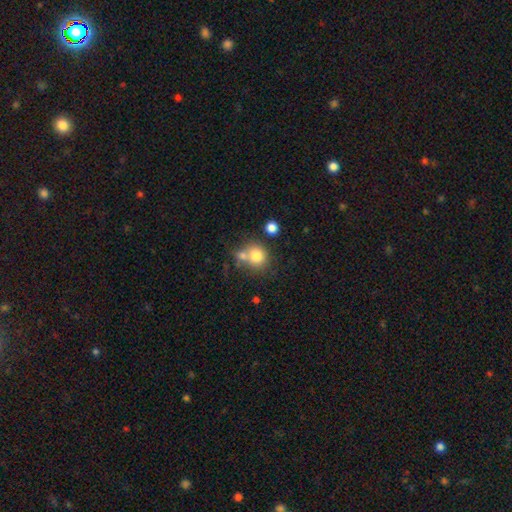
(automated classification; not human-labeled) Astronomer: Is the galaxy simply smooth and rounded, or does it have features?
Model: smooth — 78%.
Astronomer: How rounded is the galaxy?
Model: round — 80%.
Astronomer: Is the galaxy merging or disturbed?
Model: none — 49% (runner-up: merger, 35%).